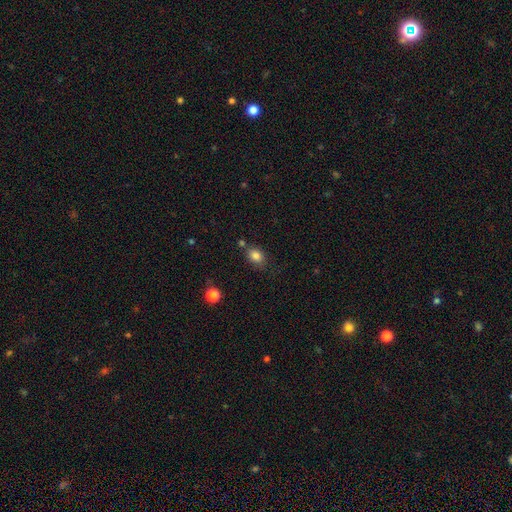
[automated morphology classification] Q: Smooth or featured?
A: smooth (83%); runner-up: star or artifact (11%)
Q: How rounded?
A: in between (66%); runner-up: round (32%)
Q: Merging?
A: none (71%); runner-up: minor disturbance (16%)